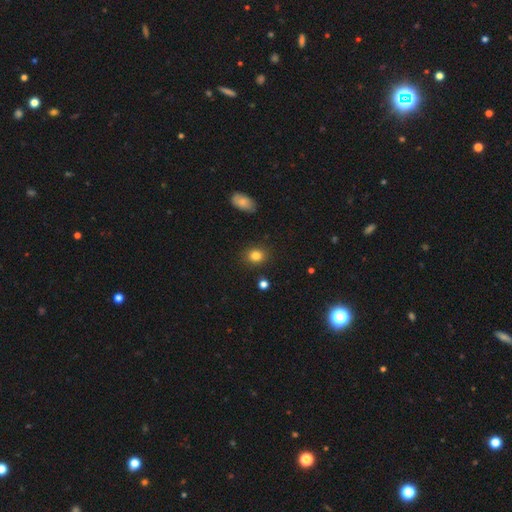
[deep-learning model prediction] A smooth galaxy with no disk features (83%) that is round (61%).

Vote fractions:
- Smooth or featured? smooth: 83% / star or artifact: 11% / featured or disk: 6%
- How rounded? round: 61% / in between: 38% / cigar-shaped: 1%
- Merging? none: 87% / minor disturbance: 8% / major disturbance: 2% / merger: 2%